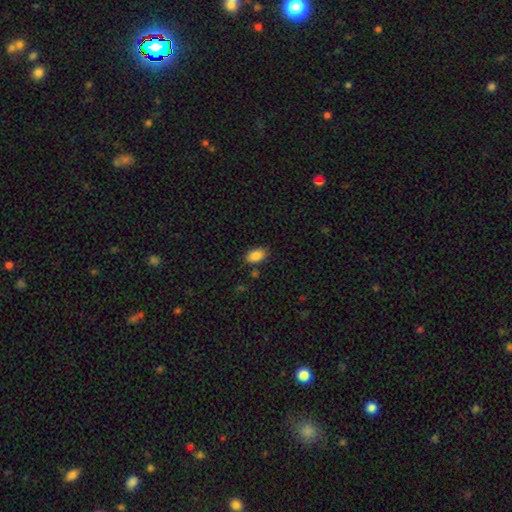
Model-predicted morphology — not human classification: type=smooth (88%); roundness=in between (89%); merging=none (82%).